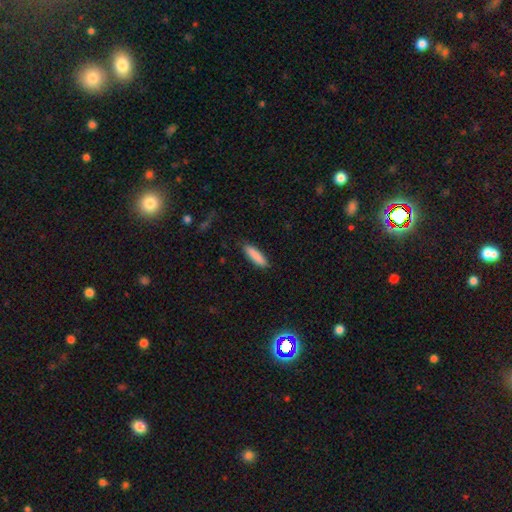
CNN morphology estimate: smooth-or-featured: smooth: 88% | star or artifact: 6% | featured or disk: 6%
  how-rounded: cigar-shaped: 67% | in between: 32% | round: 1%
  merging: none: 87% | minor disturbance: 10% | major disturbance: 2% | merger: 1%